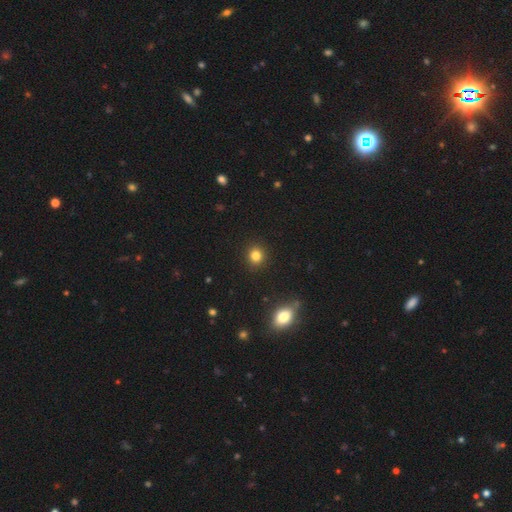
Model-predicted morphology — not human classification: A smooth galaxy with no disk features (82%) that is round (86%).

Vote fractions:
- Smooth or featured? smooth: 82% / star or artifact: 12% / featured or disk: 5%
- How rounded? round: 86% / in between: 13% / cigar-shaped: 1%
- Merging? none: 91% / minor disturbance: 5% / major disturbance: 2% / merger: 1%